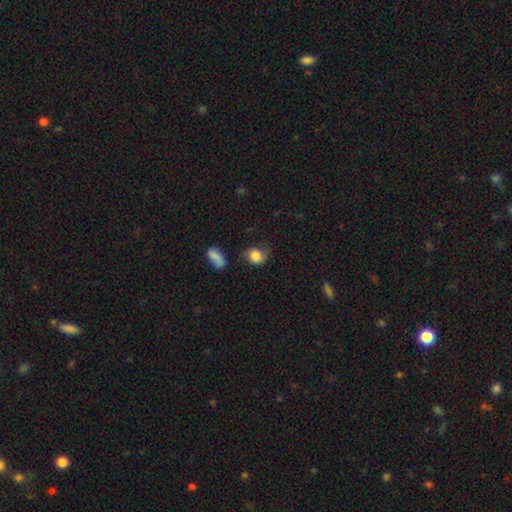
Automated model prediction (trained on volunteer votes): Morphology: type=smooth (73%); roundness=round (58%); merging=none (50%).